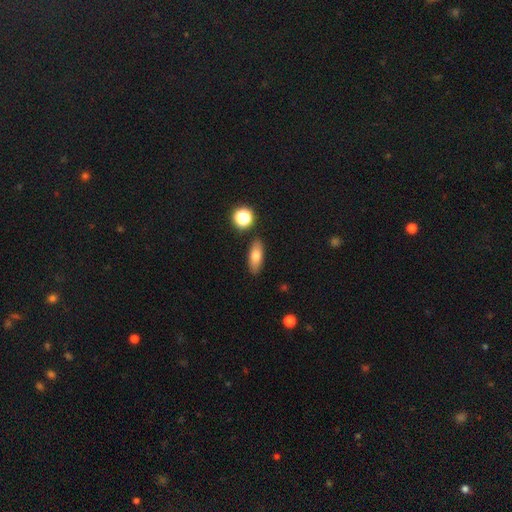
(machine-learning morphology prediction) The model was most divided on "how rounded": in between: 72%, cigar-shaped: 23%, round: 6%. More confident: merging — none (86%); smooth or featured — smooth (74%).